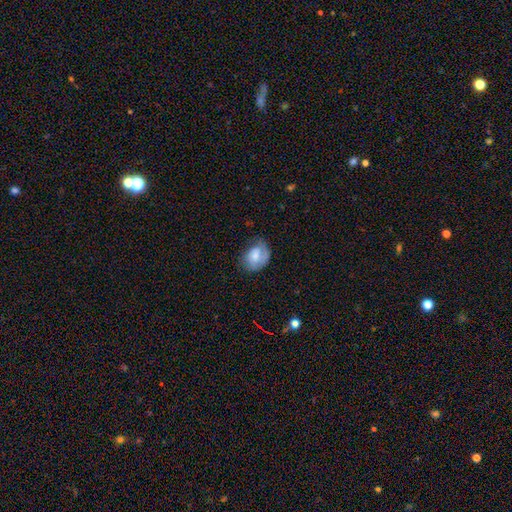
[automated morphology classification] A smooth galaxy with no disk features (63%) that is in between round and cigar-shaped (65%).

Vote fractions:
- Smooth or featured? smooth: 63% / featured or disk: 30% / star or artifact: 7%
- How rounded? in between: 65% / round: 33% / cigar-shaped: 1%
- Merging? none: 55% / minor disturbance: 29% / major disturbance: 14% / merger: 2%